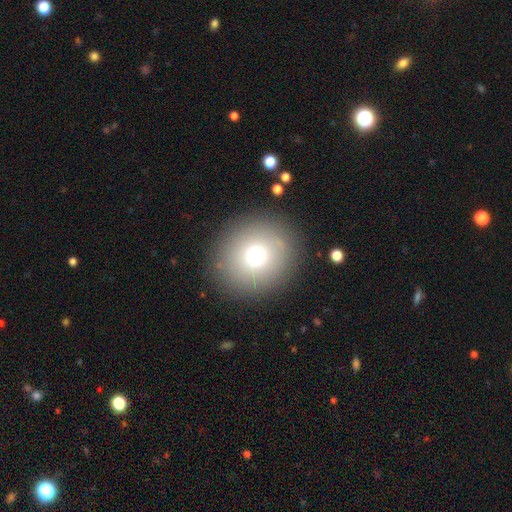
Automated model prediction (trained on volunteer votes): Smooth or featured: smooth — 73% (featured or disk — 14%)
How rounded: round — 88% (in between — 11%)
Merging: none — 88% (minor disturbance — 7%)